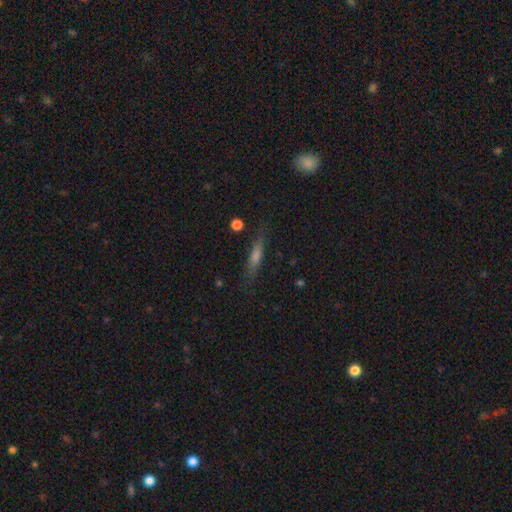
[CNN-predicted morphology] type=featured or disk (45%); merging=none (83%).